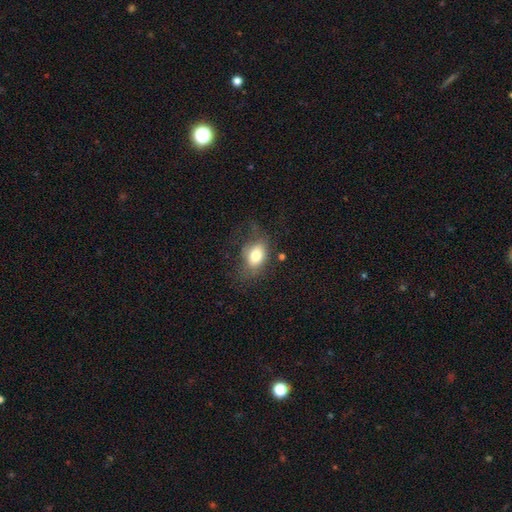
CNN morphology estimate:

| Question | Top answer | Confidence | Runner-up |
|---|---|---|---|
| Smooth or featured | smooth | 76% | featured or disk (15%) |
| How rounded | in between | 78% | round (20%) |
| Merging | none | 53% | minor disturbance (25%) |